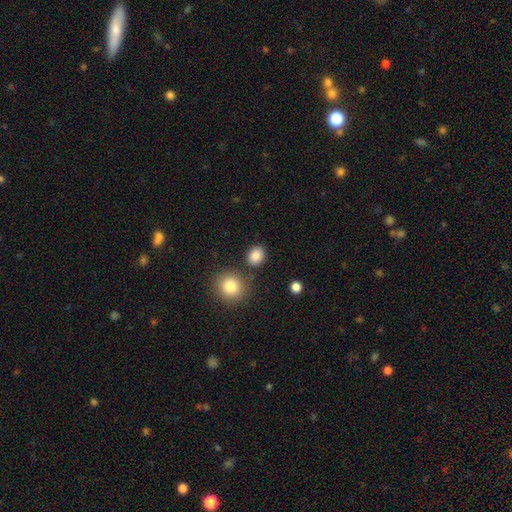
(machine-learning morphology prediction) Smooth or featured? Predicted: smooth (p=0.86). How rounded? Predicted: round (p=0.60). Merging? Predicted: none (p=0.80).